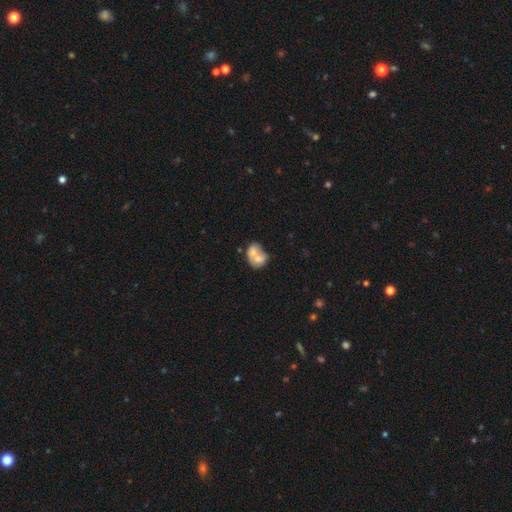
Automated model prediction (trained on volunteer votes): The model was most divided on "how rounded": in between: 51%, round: 48%, cigar-shaped: 1%. More confident: merging — merger (70%); smooth or featured — smooth (60%).